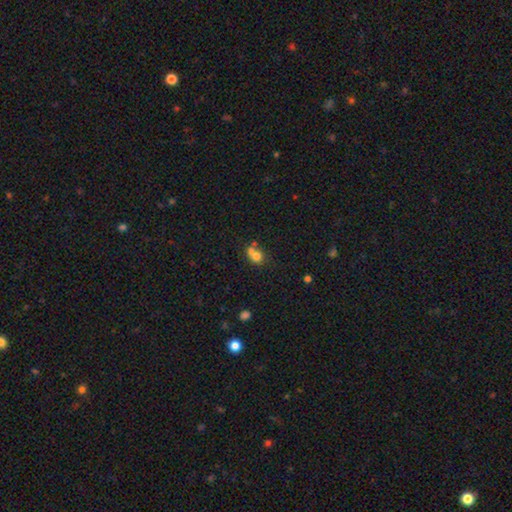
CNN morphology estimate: smooth_or_featured: smooth (p=0.73) [alt: featured or disk p=0.14]
how_rounded: round (p=0.64) [alt: in between p=0.35]
merging: merger (p=0.50) [alt: none p=0.32]